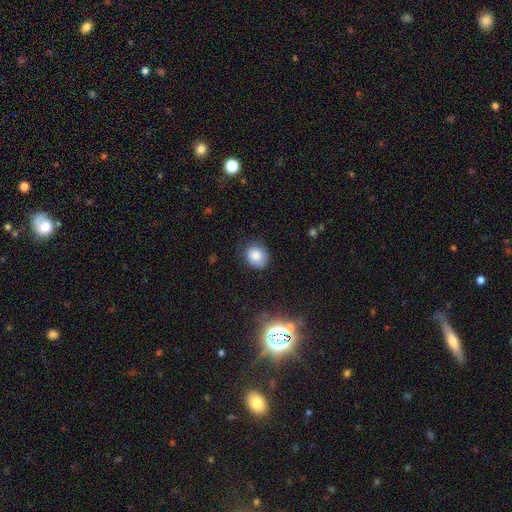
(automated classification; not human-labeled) smooth 80%, star or artifact 10%, featured or disk 9%. Down the decision tree: how rounded — round (69%); merging — none (73%).